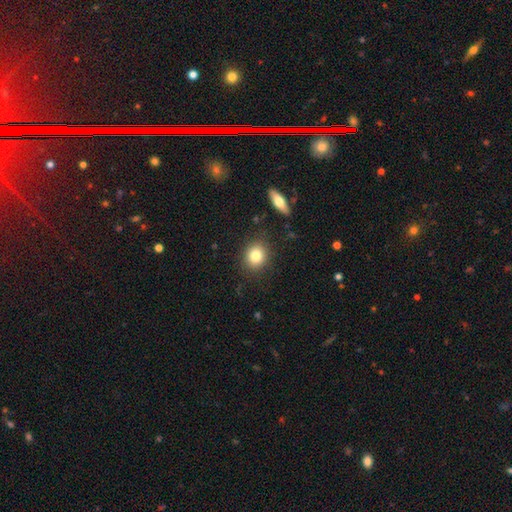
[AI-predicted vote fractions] Morphology: type=smooth (81%); roundness=round (72%); merging=none (86%).